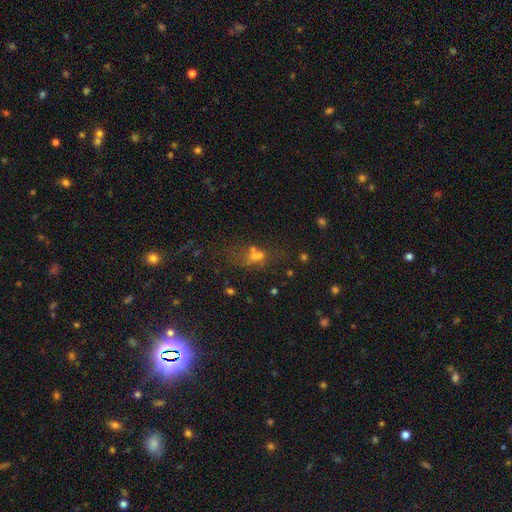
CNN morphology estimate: smooth_or_featured: smooth (p=0.46) [alt: star or artifact p=0.31]
merging: none (p=0.40) [alt: merger p=0.34]